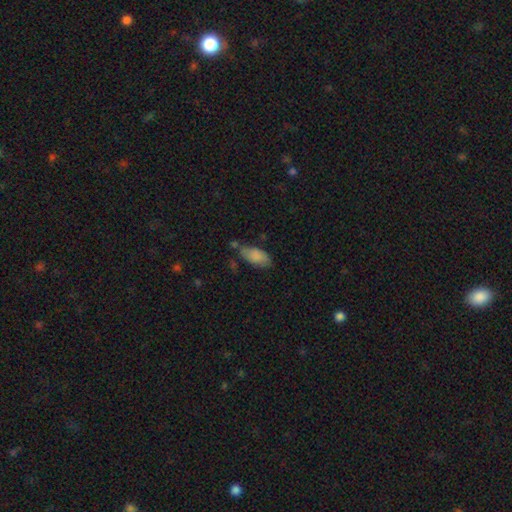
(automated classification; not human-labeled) The model was most divided on "merging": none: 56%, minor disturbance: 25%, merger: 11%, major disturbance: 7%. More confident: how rounded — in between (89%); smooth or featured — smooth (84%).